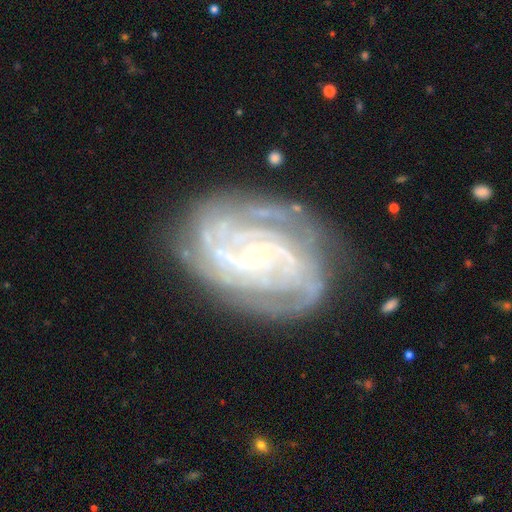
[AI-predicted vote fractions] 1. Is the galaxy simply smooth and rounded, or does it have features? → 89% featured or disk, 6% star or artifact, 5% smooth.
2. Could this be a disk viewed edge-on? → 97% no, 3% yes.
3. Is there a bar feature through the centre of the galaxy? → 58% no, 30% weak, 12% strong.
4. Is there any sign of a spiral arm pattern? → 97% yes, 3% no.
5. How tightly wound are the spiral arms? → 66% tight, 29% medium, 5% loose.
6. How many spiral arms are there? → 24% can't tell, 21% 2, 19% 3, 19% 4, 10% more than 4, 7% 1.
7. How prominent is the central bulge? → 85% small, 11% moderate, 2% none, 1% large, 1% dominant.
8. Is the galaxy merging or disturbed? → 75% none, 17% minor disturbance, 6% major disturbance, 2% merger.